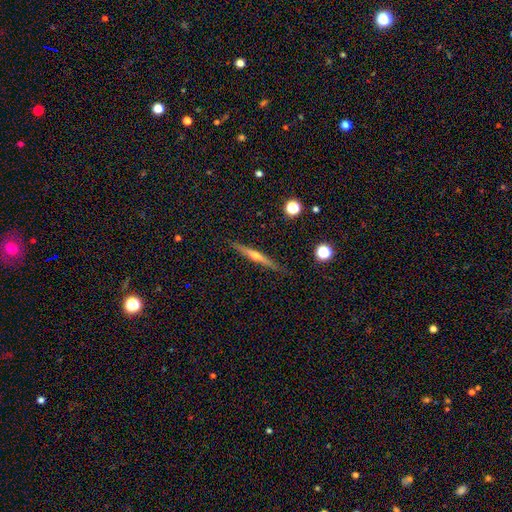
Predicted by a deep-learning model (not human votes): smooth-or-featured: featured or disk: 67% | smooth: 25% | star or artifact: 7%
  disk-edge-on: yes: 97% | no: 3%
    edge-on-bulge: rounded: 81% | none: 15% | boxy: 4%
  merging: none: 89% | minor disturbance: 8% | major disturbance: 2% | merger: 1%